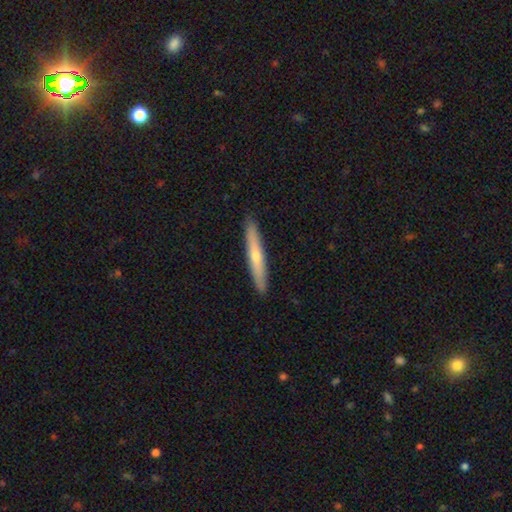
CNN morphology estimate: Overall: smooth (53%; featured or disk 42%). How rounded: cigar-shaped (95%). Merging: none (91%).